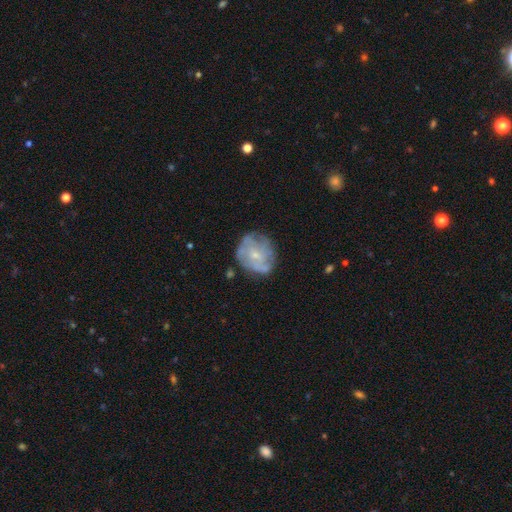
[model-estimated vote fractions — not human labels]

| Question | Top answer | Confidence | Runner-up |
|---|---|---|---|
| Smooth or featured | featured or disk | 64% | smooth (27%) |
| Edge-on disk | no | 97% | yes (3%) |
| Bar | no | 74% | weak (22%) |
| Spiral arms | yes | 63% | no (37%) |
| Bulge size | small | 71% | moderate (23%) |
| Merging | none | 68% | minor disturbance (21%) |